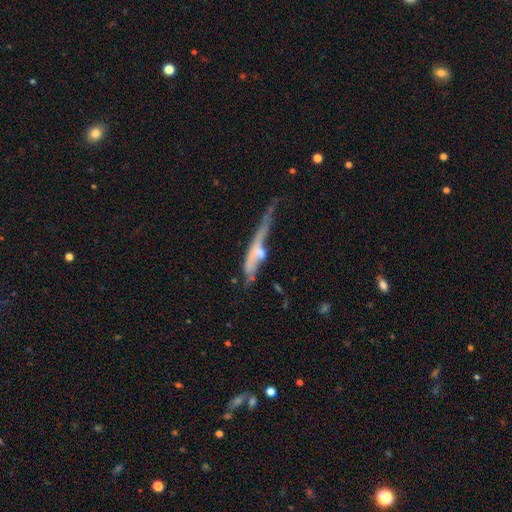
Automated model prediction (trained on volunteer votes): The model was most divided on "merging": major disturbance: 33%, none: 27%, minor disturbance: 24%, merger: 16%. More confident: edge-on disk — yes (67%); smooth or featured — featured or disk (58%).